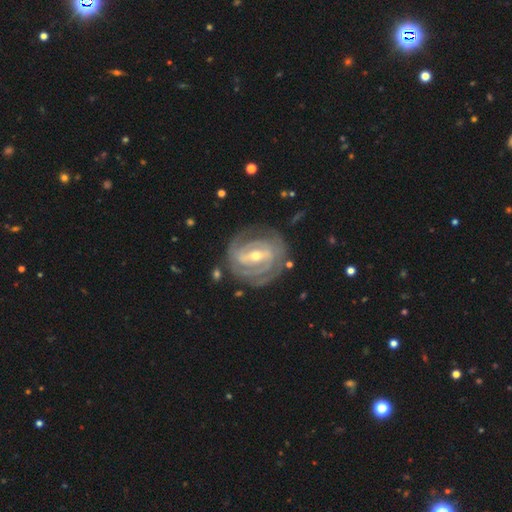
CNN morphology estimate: smooth_or_featured: featured or disk (p=0.89) [alt: smooth p=0.07]
disk_edge_on: no (p=0.96) [alt: yes p=0.04]
bar: strong (p=0.52) [alt: weak p=0.36]
has_spiral_arms: yes (p=0.94) [alt: no p=0.06]
spiral_winding: tight (p=0.72) [alt: medium p=0.23]
spiral_arm_count: 2 (p=0.38) [alt: can't tell p=0.24]
bulge_size: moderate (p=0.50) [alt: small p=0.46]
merging: none (p=0.75) [alt: minor disturbance p=0.15]